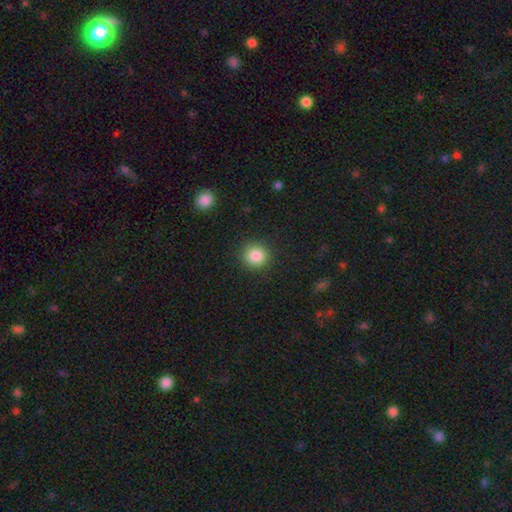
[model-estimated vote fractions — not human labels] Smooth or featured? Predicted: smooth (p=0.86). How rounded? Predicted: round (p=0.92). Merging? Predicted: none (p=0.90).